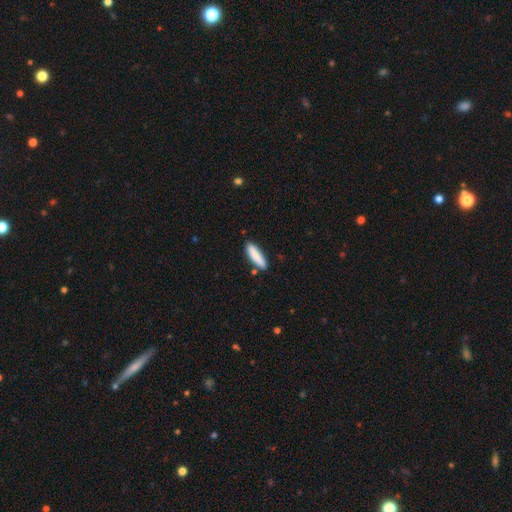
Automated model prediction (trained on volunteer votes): smooth_or_featured: smooth (p=0.85) [alt: featured or disk p=0.09]
how_rounded: cigar-shaped (p=0.70) [alt: in between p=0.29]
merging: none (p=0.83) [alt: minor disturbance p=0.11]